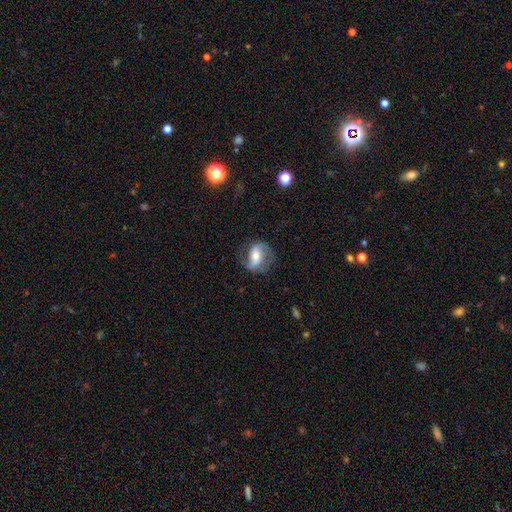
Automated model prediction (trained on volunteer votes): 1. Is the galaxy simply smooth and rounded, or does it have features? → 71% featured or disk, 22% smooth, 7% star or artifact.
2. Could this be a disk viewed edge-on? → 95% no, 5% yes.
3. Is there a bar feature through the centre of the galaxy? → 44% strong, 33% weak, 23% no.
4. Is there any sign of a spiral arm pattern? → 87% yes, 13% no.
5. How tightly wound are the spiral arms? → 43% medium, 36% loose, 21% tight.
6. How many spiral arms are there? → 86% 2, 6% can't tell, 5% 1, 1% 3, 1% 4, 1% more than 4.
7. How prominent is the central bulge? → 60% moderate, 29% small, 8% large, 2% none, 1% dominant.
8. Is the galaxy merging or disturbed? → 72% none, 17% minor disturbance, 10% major disturbance, 1% merger.